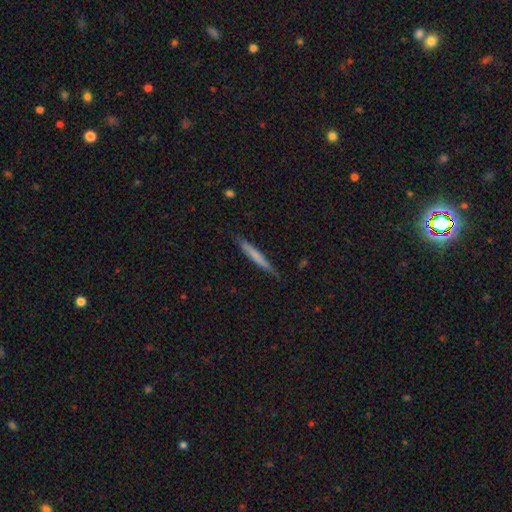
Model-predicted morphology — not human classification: Overall: smooth (64%; featured or disk 31%). How rounded: cigar-shaped (96%). Merging: none (86%).